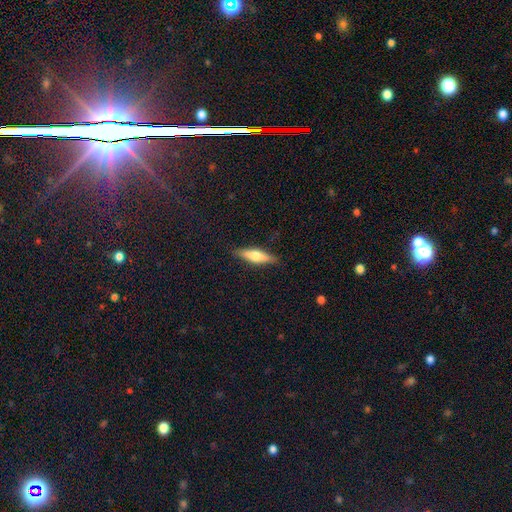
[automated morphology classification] smooth 50%, featured or disk 43%, star or artifact 6%. Down the decision tree: how rounded — cigar-shaped (66%); merging — none (87%).